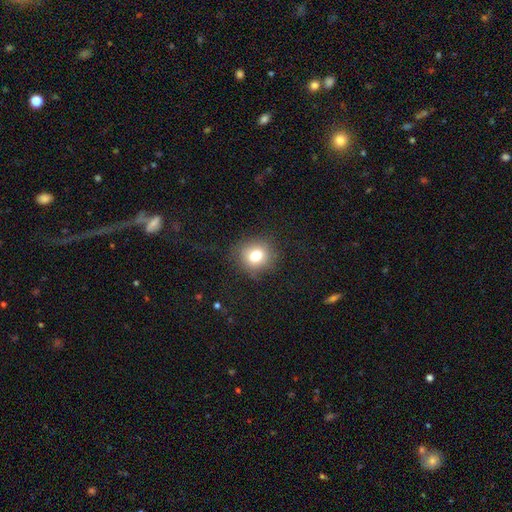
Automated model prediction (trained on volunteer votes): Smooth or featured?
  - smooth: 76% *
  - star or artifact: 13%
  - featured or disk: 11%
How rounded?
  - round: 81% *
  - in between: 18%
  - cigar-shaped: 1%
Merging?
  - none: 83% *
  - minor disturbance: 11%
  - major disturbance: 5%
  - merger: 1%